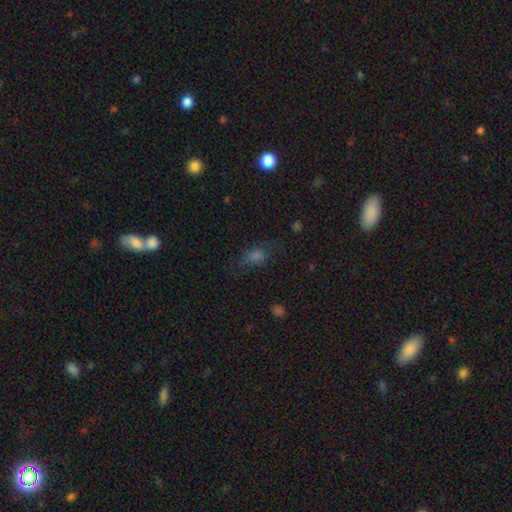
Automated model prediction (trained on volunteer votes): A smooth galaxy with no disk features (62%) that is in between round and cigar-shaped (71%). Merging: none (65%).